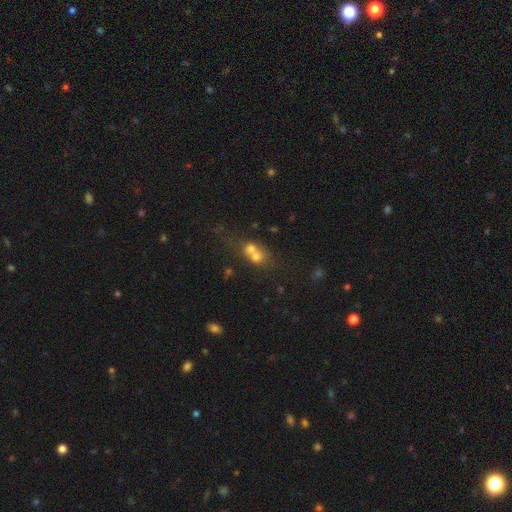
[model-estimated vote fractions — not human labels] Smooth or featured? smooth (61%)
How rounded? round (67%)
Merging? merger (66%)